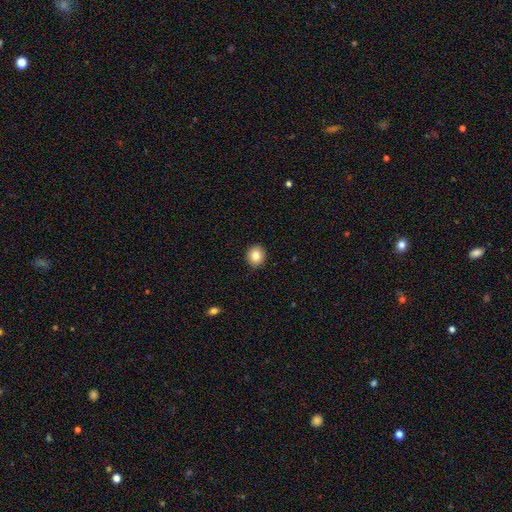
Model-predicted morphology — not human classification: This appears to be a smooth galaxy with no disk features (83%) that is round (83%). Merging: none (91%).